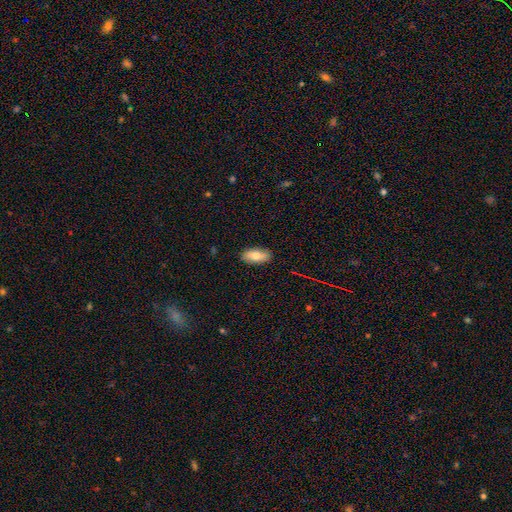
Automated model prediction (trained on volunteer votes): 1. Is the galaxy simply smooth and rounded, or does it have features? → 74% smooth, 19% featured or disk, 7% star or artifact.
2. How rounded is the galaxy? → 86% in between, 10% cigar-shaped, 3% round.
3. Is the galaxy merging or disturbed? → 88% none, 9% minor disturbance, 2% major disturbance, 1% merger.